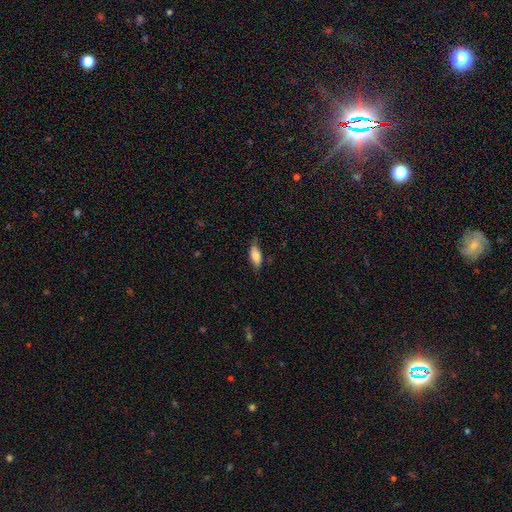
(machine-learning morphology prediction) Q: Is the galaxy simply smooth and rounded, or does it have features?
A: smooth — 80%.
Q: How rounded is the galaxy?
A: in between — 84%.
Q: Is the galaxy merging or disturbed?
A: none — 70%.